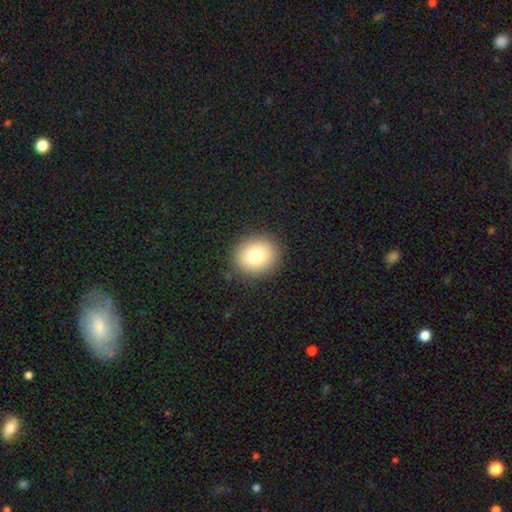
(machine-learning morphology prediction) smooth_or_featured: smooth (p=0.77) [alt: featured or disk p=0.12]
how_rounded: round (p=0.84) [alt: in between p=0.15]
merging: none (p=0.89) [alt: minor disturbance p=0.07]